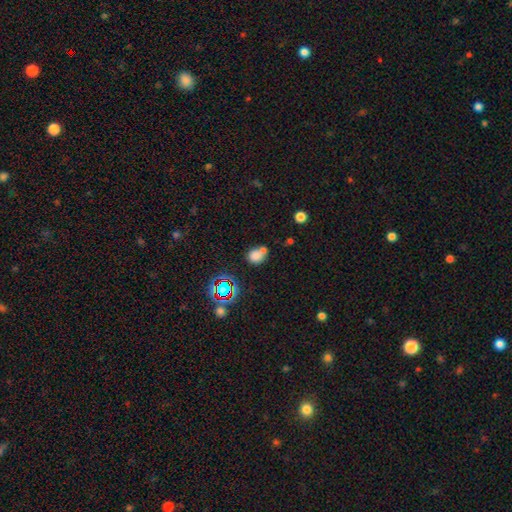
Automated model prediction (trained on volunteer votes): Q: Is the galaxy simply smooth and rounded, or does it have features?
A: smooth — 72%.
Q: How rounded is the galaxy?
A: round — 73%.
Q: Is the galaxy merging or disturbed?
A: none — 49%.